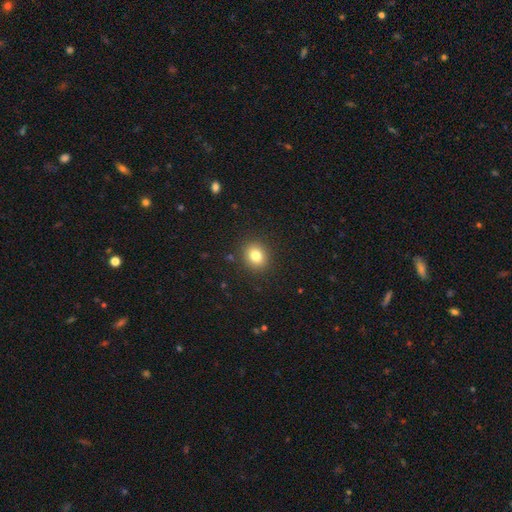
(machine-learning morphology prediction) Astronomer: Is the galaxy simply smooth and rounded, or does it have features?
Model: smooth — 81%.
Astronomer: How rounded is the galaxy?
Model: round — 74%.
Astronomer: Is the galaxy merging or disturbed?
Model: none — 89%.